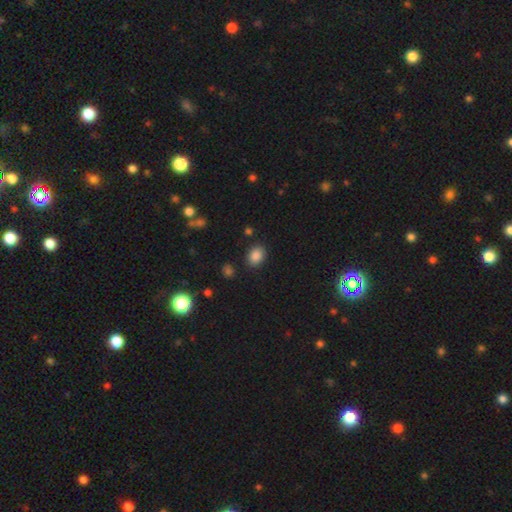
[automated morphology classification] Smooth or featured?
  - smooth: 85% *
  - star or artifact: 11%
  - featured or disk: 4%
How rounded?
  - in between: 64% *
  - round: 35%
  - cigar-shaped: 1%
Merging?
  - none: 84% *
  - minor disturbance: 10%
  - major disturbance: 3%
  - merger: 2%